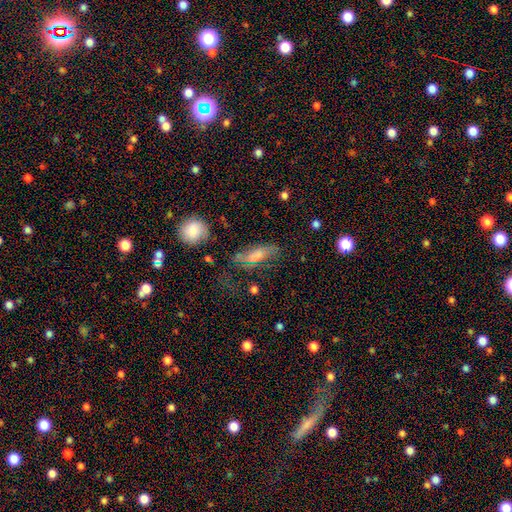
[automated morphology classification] Q: Smooth or featured?
A: smooth (57%); runner-up: featured or disk (31%)
Q: How rounded?
A: in between (67%); runner-up: cigar-shaped (27%)
Q: Merging?
A: none (44%); runner-up: minor disturbance (26%)